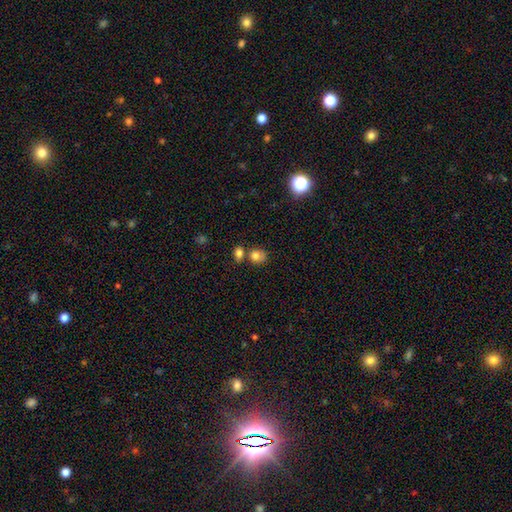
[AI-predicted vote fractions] Smooth or featured? smooth (79%)
How rounded? round (66%)
Merging? none (51%)